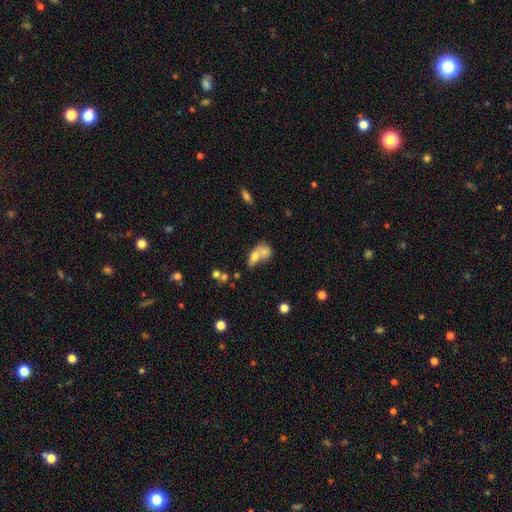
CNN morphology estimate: A smooth galaxy with no disk features (66%) that is in between round and cigar-shaped (68%). Merging: merger (68%).